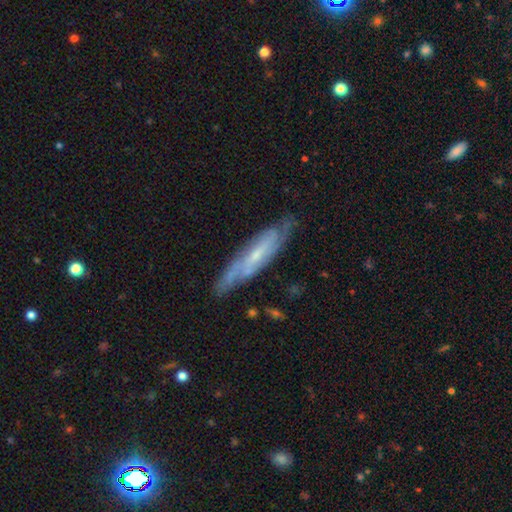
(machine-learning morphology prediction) Smooth or featured? featured or disk (72%)
Edge-on disk? no (57%)
Merging? none (74%)